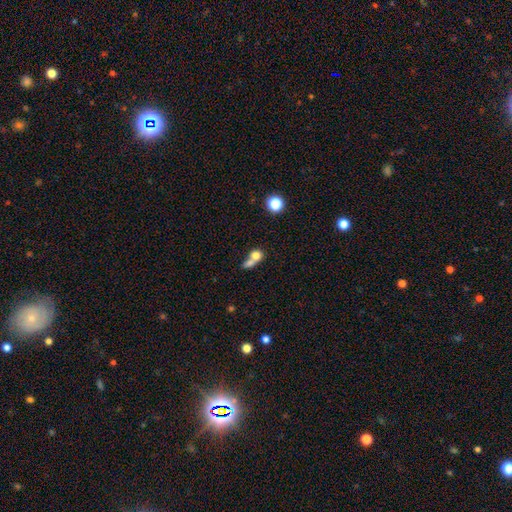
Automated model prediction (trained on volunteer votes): smooth_or_featured: smooth (p=0.72) [alt: featured or disk p=0.17]
how_rounded: round (p=0.67) [alt: in between p=0.30]
merging: merger (p=0.66) [alt: none p=0.22]